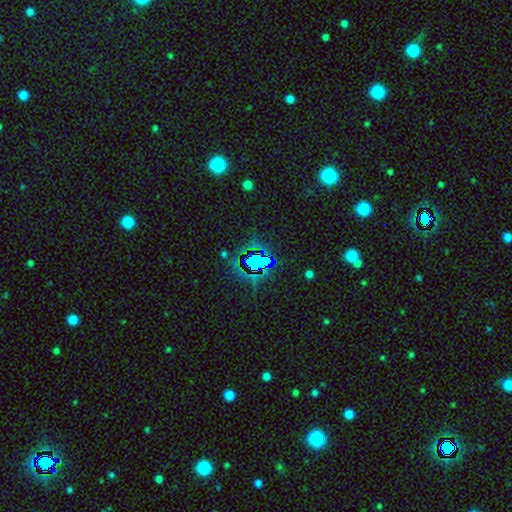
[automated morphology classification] Overall: star or artifact (69%).